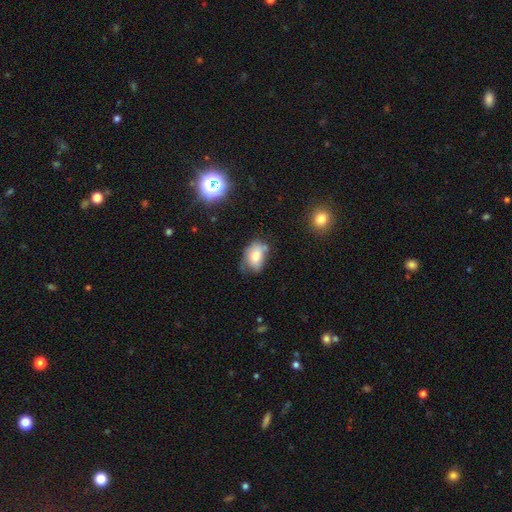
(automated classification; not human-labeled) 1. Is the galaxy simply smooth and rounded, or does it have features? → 73% smooth, 17% featured or disk, 10% star or artifact.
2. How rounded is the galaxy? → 81% in between, 18% round, 1% cigar-shaped.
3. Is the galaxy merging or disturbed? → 40% none, 37% minor disturbance, 15% major disturbance, 9% merger.